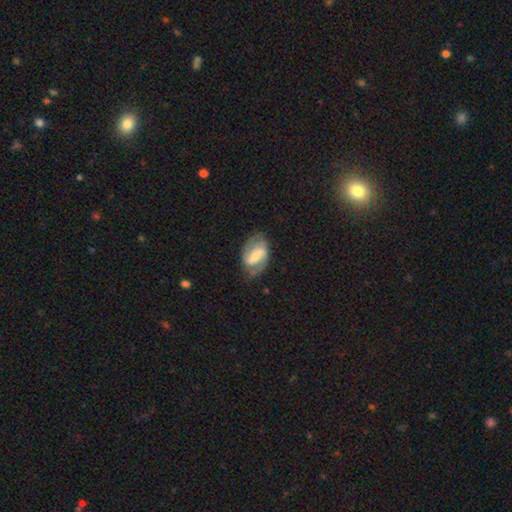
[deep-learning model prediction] A featured or disk galaxy (73%) with a strong bar (46%), 2 (85%) medium (47%) spiral arms (89%) and a small central bulge (30%). Merging: none (67%).